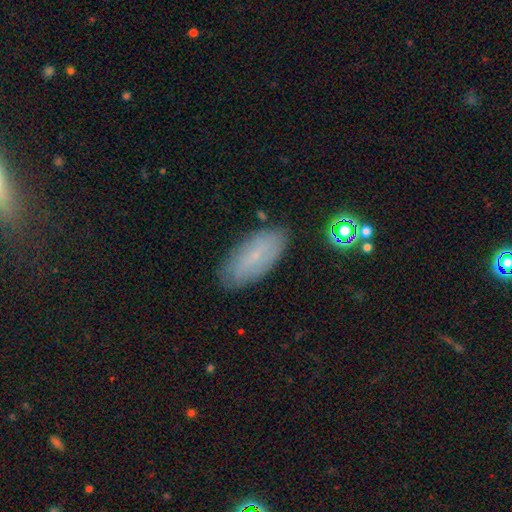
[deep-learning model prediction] This is possibly a smooth galaxy (57%). How rounded: clearly in between (86%). Merging: clearly none (82%).